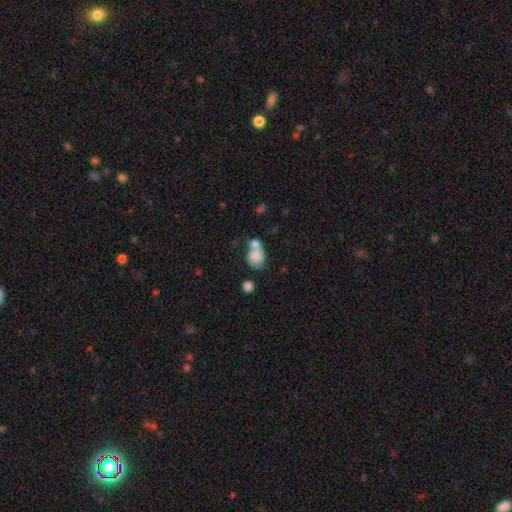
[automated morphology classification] type=smooth (78%); roundness=round (57%); merging=merger (48%).